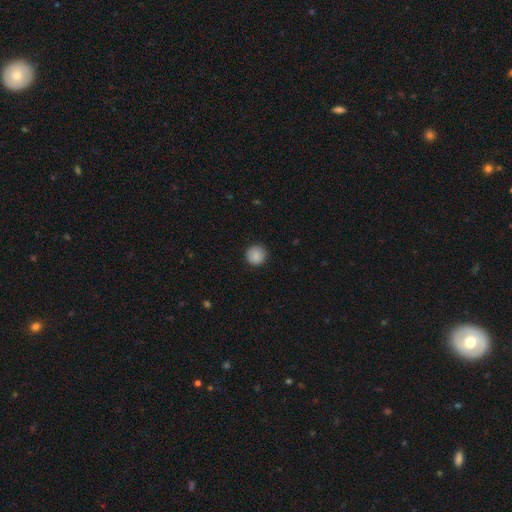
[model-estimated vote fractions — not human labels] A smooth galaxy with no disk features (88%) that is round (94%). Merging: none (90%).